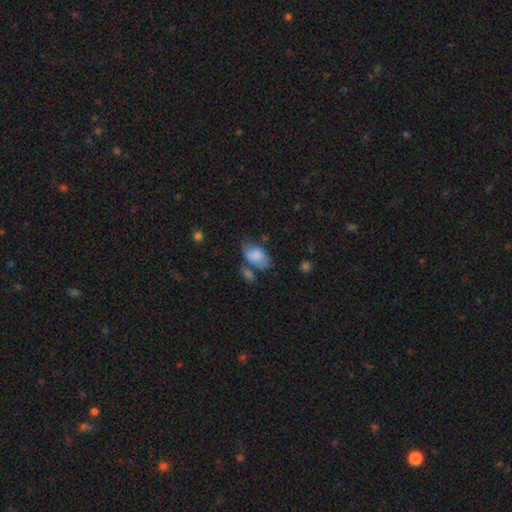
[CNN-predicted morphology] A smooth galaxy with no disk features (73%) that is in between round and cigar-shaped (90%). Merging: none (38%).